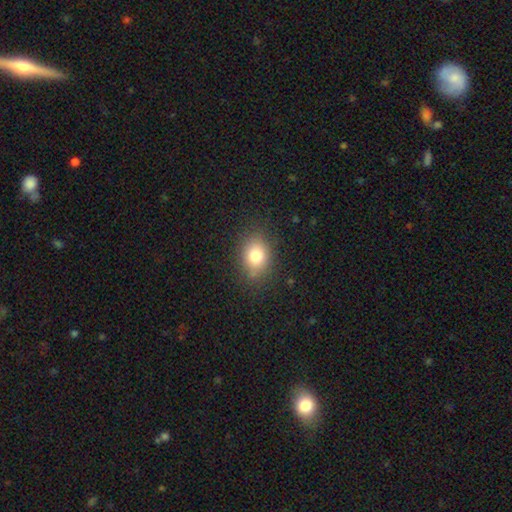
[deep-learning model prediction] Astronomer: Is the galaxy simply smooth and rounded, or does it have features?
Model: smooth — 78%.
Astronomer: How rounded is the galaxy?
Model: in between — 58% (runner-up: round, 41%).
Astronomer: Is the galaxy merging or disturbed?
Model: none — 81%.